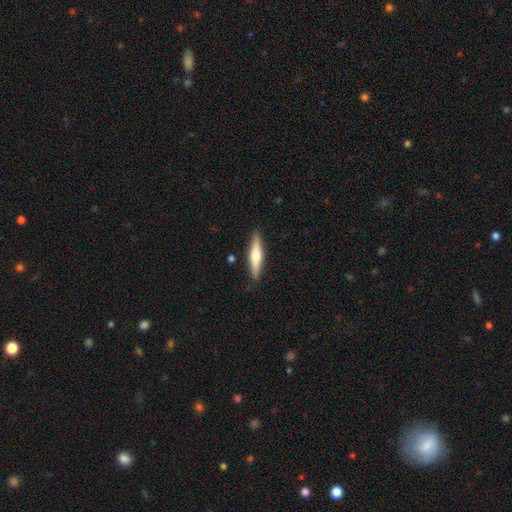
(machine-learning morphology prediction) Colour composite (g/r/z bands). It shows a smooth galaxy with no disk features (49%). Merging: none (88%).